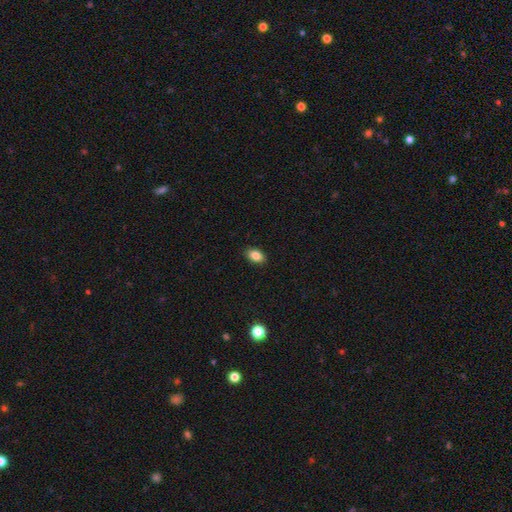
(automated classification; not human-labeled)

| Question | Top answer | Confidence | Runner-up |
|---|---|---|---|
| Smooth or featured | smooth | 85% | star or artifact (9%) |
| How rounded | in between | 88% | round (10%) |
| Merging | none | 89% | minor disturbance (8%) |